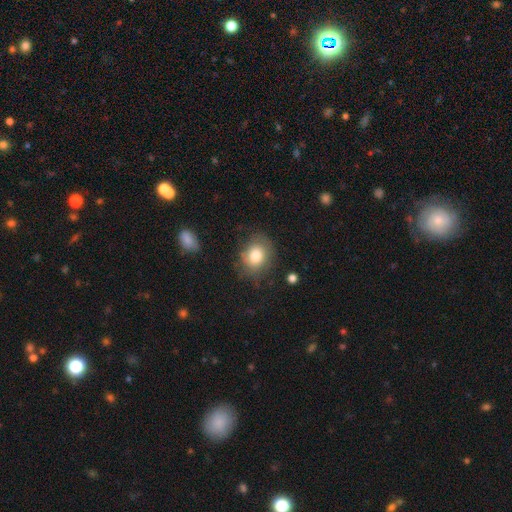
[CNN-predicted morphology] Smooth or featured?
  - smooth: 78% *
  - featured or disk: 13%
  - star or artifact: 9%
How rounded?
  - round: 58% *
  - in between: 41%
  - cigar-shaped: 1%
Merging?
  - none: 73% *
  - minor disturbance: 18%
  - major disturbance: 7%
  - merger: 2%